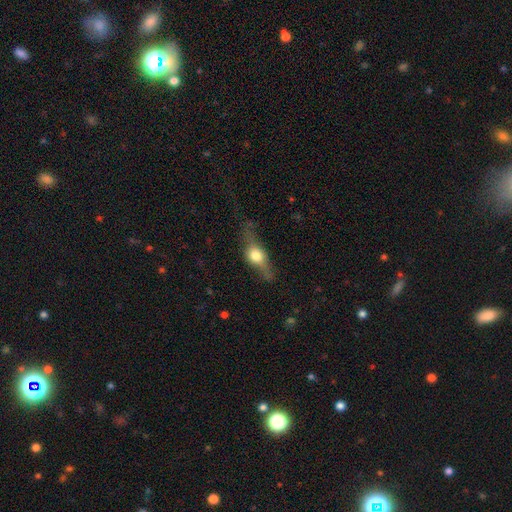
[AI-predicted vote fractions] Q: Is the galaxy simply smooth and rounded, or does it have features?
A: smooth — 46%.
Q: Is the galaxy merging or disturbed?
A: none — 55%.